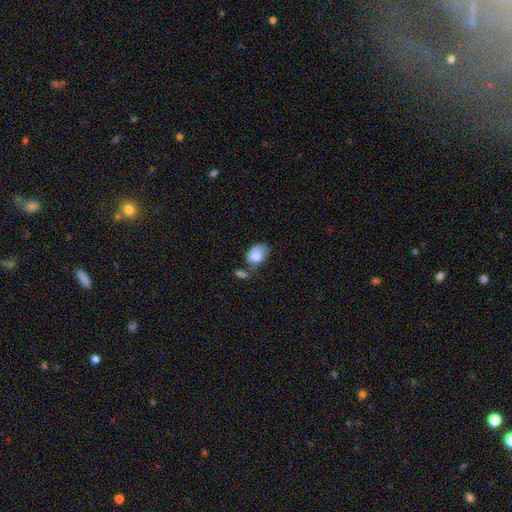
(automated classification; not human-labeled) smooth-or-featured: smooth: 79% | featured or disk: 14% | star or artifact: 7%
  how-rounded: in between: 81% | round: 18% | cigar-shaped: 1%
  merging: none: 31% | minor disturbance: 29% | merger: 23% | major disturbance: 17%